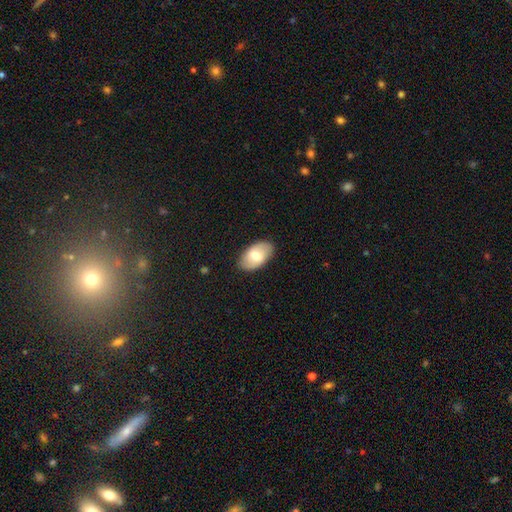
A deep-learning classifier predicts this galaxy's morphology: Smooth or featured?
  - smooth: 64% *
  - featured or disk: 30%
  - star or artifact: 6%
How rounded?
  - in between: 93% *
  - round: 5%
  - cigar-shaped: 1%
Merging?
  - none: 86% *
  - minor disturbance: 11%
  - major disturbance: 2%
  - merger: 1%